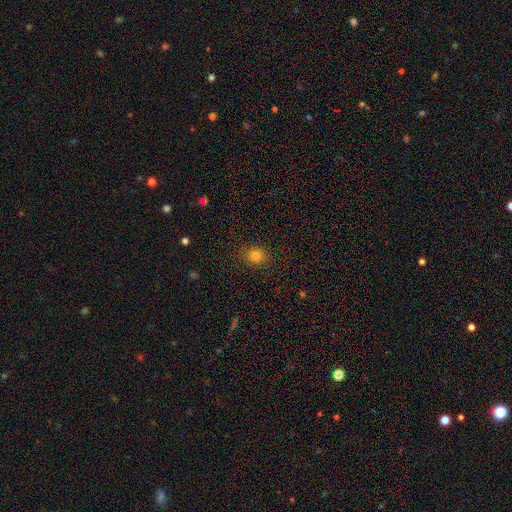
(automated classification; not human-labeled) The model was most divided on "how rounded": round: 79%, in between: 20%, cigar-shaped: 1%. More confident: merging — none (89%); smooth or featured — smooth (81%).